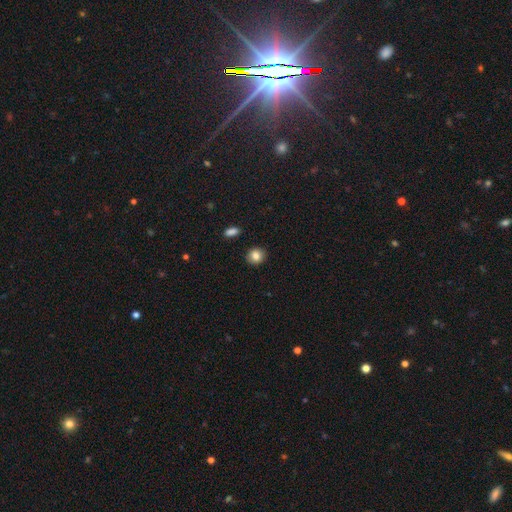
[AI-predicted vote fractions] Smooth or featured?
  - smooth: 85% *
  - star or artifact: 9%
  - featured or disk: 6%
How rounded?
  - round: 81% *
  - in between: 18%
  - cigar-shaped: 1%
Merging?
  - none: 90% *
  - minor disturbance: 7%
  - major disturbance: 2%
  - merger: 2%